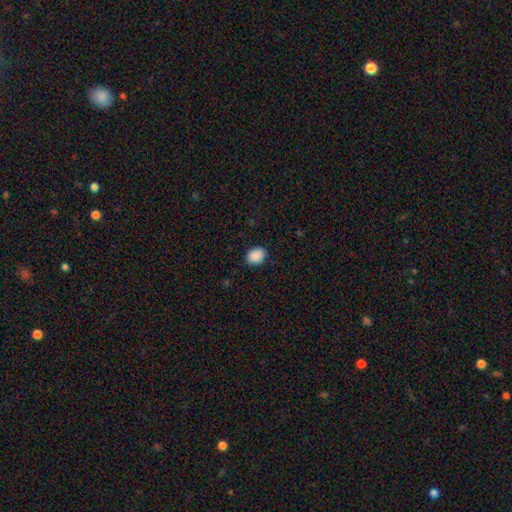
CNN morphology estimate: smooth 90%, star or artifact 8%, featured or disk 2%. Down the decision tree: how rounded — in between (60%); merging — none (88%).